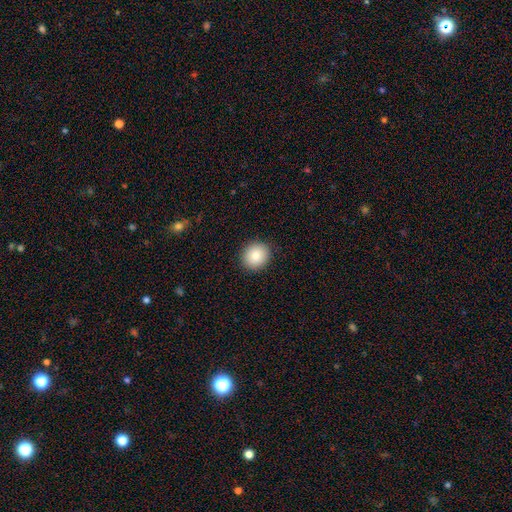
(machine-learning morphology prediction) A smooth galaxy with no disk features (85%) that is round (85%).

Vote fractions:
- Smooth or featured? smooth: 85% / star or artifact: 8% / featured or disk: 7%
- How rounded? round: 85% / in between: 14% / cigar-shaped: 1%
- Merging? none: 91% / minor disturbance: 6% / major disturbance: 2% / merger: 1%